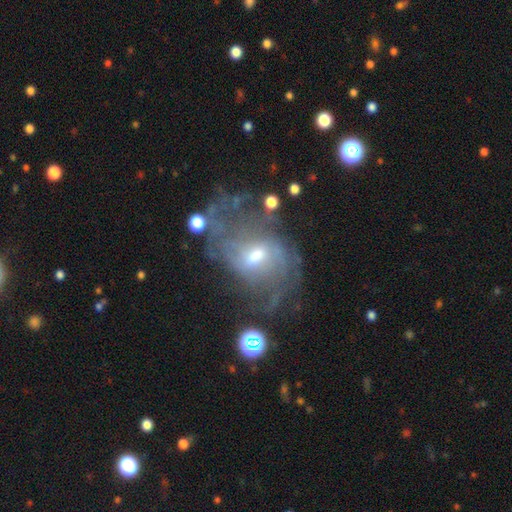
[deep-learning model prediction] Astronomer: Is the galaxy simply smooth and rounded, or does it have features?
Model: featured or disk — 71%.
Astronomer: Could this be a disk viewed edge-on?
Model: no — 96%.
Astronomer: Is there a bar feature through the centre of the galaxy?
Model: weak — 54% (runner-up: no, 32%).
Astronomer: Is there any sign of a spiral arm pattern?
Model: yes — 71%.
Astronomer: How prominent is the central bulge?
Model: moderate — 54% (runner-up: small, 34%).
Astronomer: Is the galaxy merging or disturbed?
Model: none — 44% (runner-up: major disturbance, 30%).